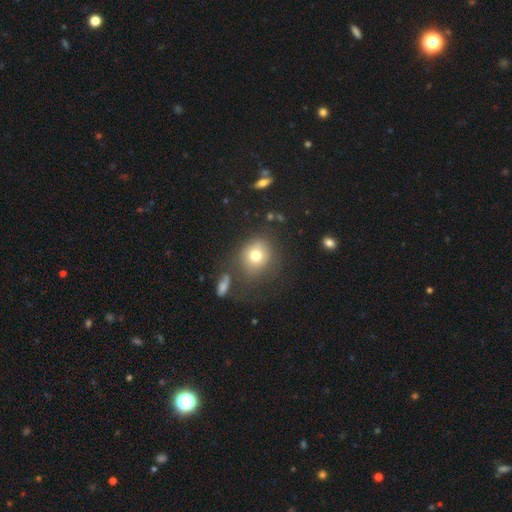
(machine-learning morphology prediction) type=smooth (74%); roundness=round (79%); merging=none (72%).